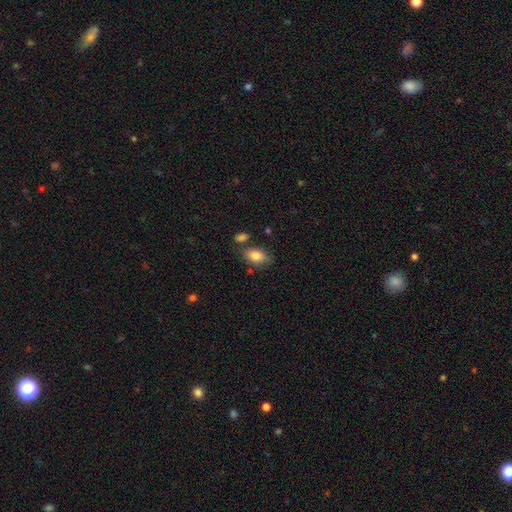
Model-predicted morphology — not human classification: smooth_or_featured: smooth (p=0.84) [alt: featured or disk p=0.08]
how_rounded: in between (p=0.90) [alt: round p=0.08]
merging: none (p=0.68) [alt: minor disturbance p=0.17]